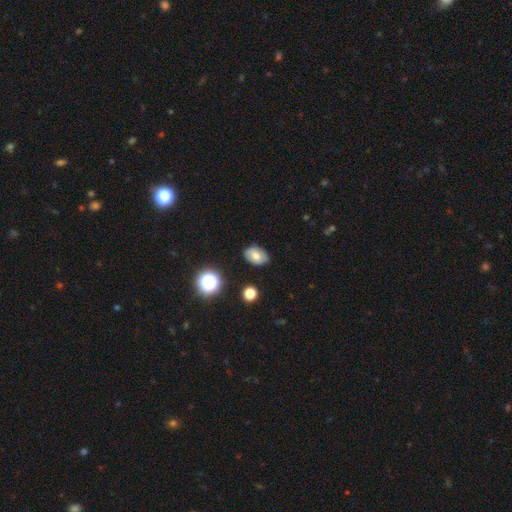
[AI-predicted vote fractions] Smooth or featured? Predicted: smooth (p=0.68). How rounded? Predicted: in between (p=0.79). Merging? Predicted: none (p=0.84).